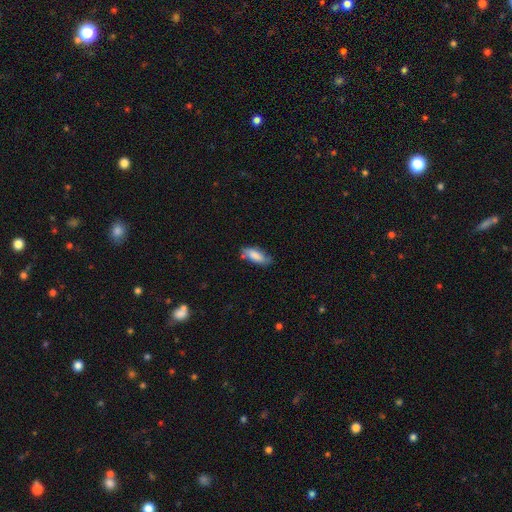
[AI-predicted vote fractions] Smooth or featured: smooth — 81% (featured or disk — 12%)
How rounded: in between — 73% (cigar-shaped — 25%)
Merging: none — 69% (minor disturbance — 23%)